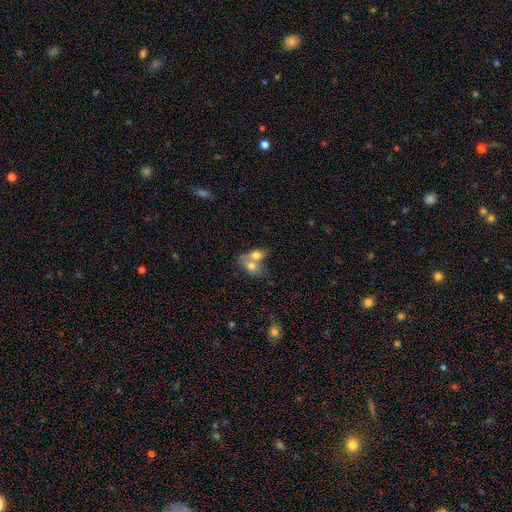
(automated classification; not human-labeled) This is likely a smooth galaxy (70%). How rounded: likely in between (71%). Merging: likely merger (75%).